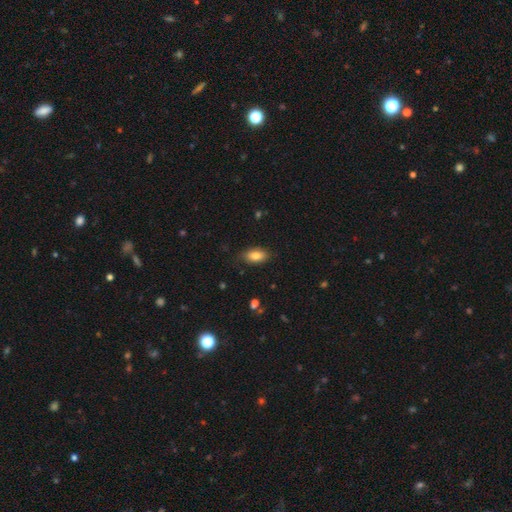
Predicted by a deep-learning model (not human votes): The model was most divided on "merging": none: 81%, minor disturbance: 15%, major disturbance: 3%, merger: 1%. More confident: how rounded — in between (90%); smooth or featured — smooth (83%).